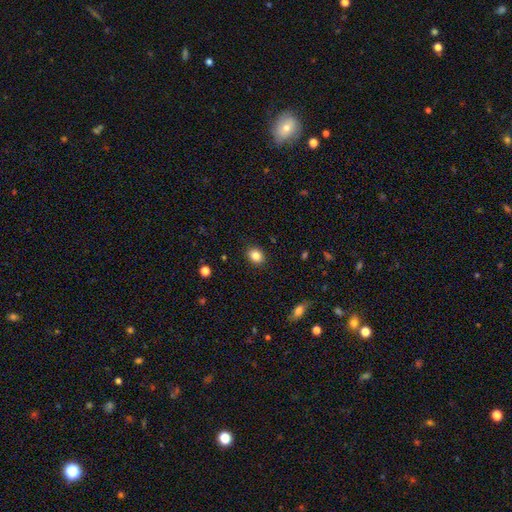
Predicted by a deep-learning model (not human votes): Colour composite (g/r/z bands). It shows a smooth galaxy with no disk features (85%) that is round (55%). Merging: none (89%).